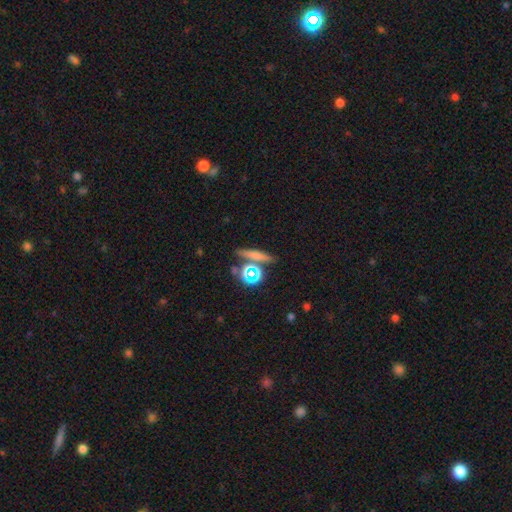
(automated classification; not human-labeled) smooth_or_featured: smooth (p=0.57) [alt: featured or disk p=0.25]
how_rounded: cigar-shaped (p=0.69) [alt: round p=0.17]
merging: none (p=0.75) [alt: merger p=0.13]